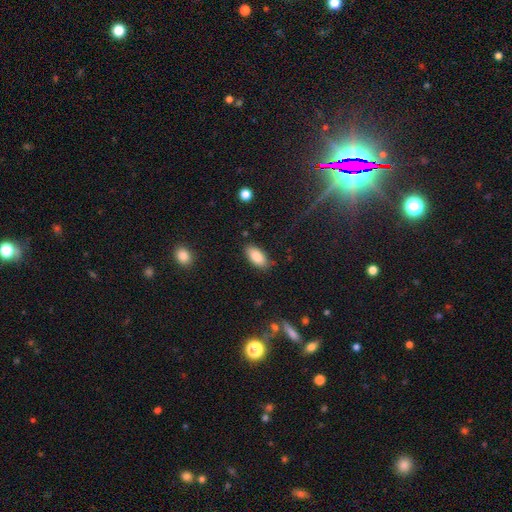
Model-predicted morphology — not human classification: Overall: smooth (86%). How rounded: in between (91%). Merging: none (84%).